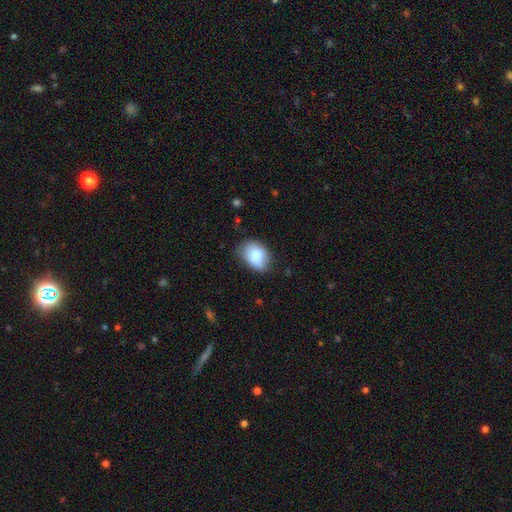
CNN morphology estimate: Smooth or featured?
  - smooth: 81% *
  - featured or disk: 12%
  - star or artifact: 7%
How rounded?
  - in between: 77% *
  - round: 22%
  - cigar-shaped: 1%
Merging?
  - none: 64% *
  - minor disturbance: 28%
  - major disturbance: 6%
  - merger: 2%